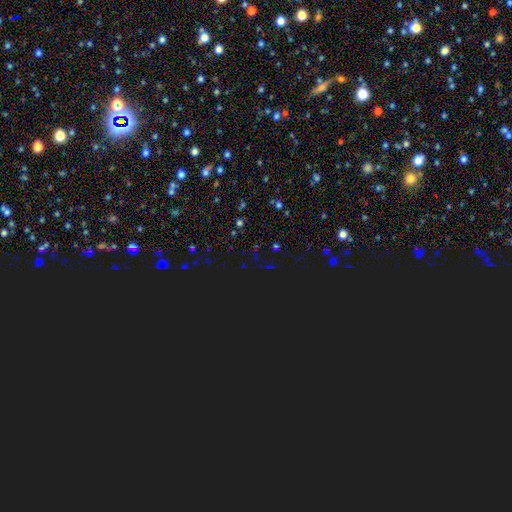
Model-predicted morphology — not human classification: star or artifact 71%, smooth 21%, featured or disk 8%.